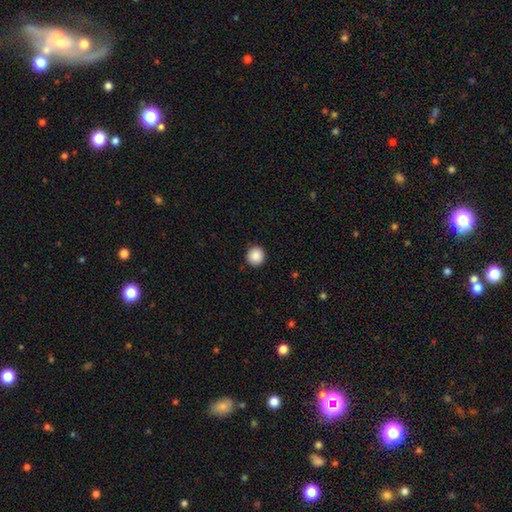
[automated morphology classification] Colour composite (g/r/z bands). It shows a smooth galaxy with no disk features (88%) that is round (94%). Merging: none (92%).